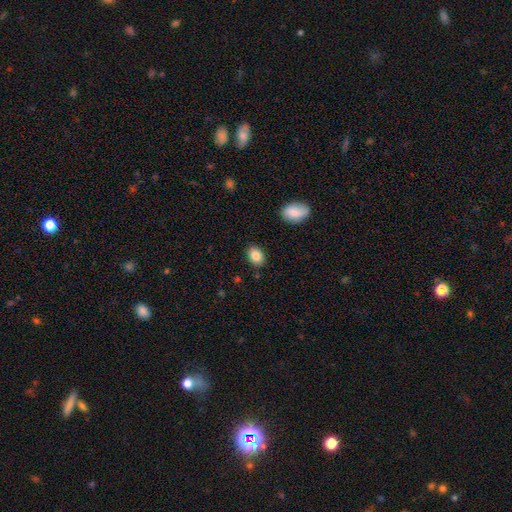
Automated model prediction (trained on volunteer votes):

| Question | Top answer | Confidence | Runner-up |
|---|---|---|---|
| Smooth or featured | smooth | 85% | star or artifact (8%) |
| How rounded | in between | 75% | round (24%) |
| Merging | none | 86% | minor disturbance (10%) |